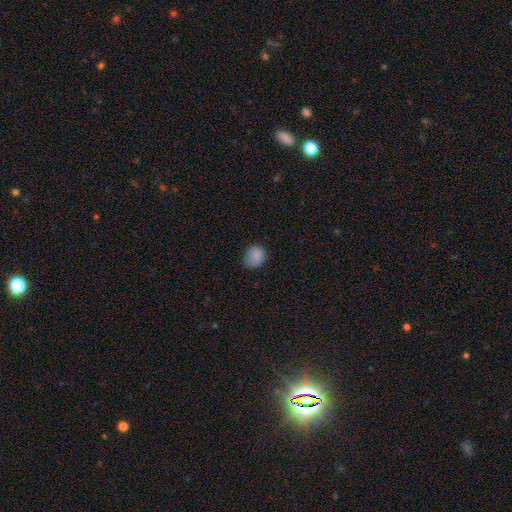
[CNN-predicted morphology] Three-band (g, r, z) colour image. It shows a smooth galaxy with no disk features (85%) that is round (57%). Merging: none (66%).